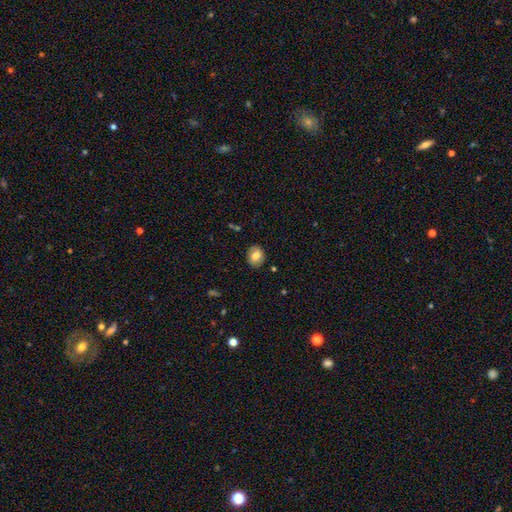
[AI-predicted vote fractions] smooth_or_featured: smooth (p=0.77) [alt: featured or disk p=0.15]
how_rounded: in between (p=0.53) [alt: round p=0.46]
merging: none (p=0.84) [alt: minor disturbance p=0.11]